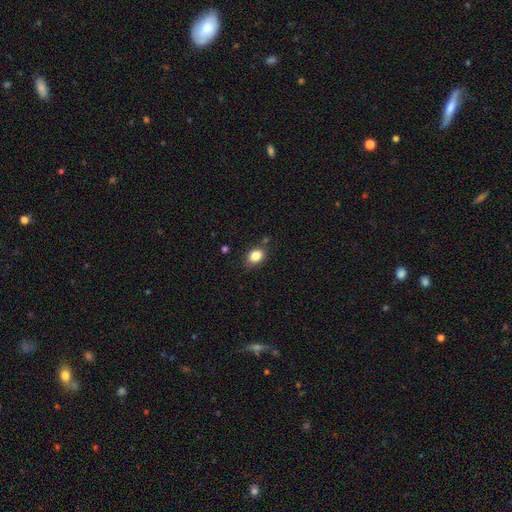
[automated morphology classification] Q: Smooth or featured?
A: smooth (84%); runner-up: star or artifact (10%)
Q: How rounded?
A: in between (68%); runner-up: round (31%)
Q: Merging?
A: none (77%); runner-up: minor disturbance (16%)